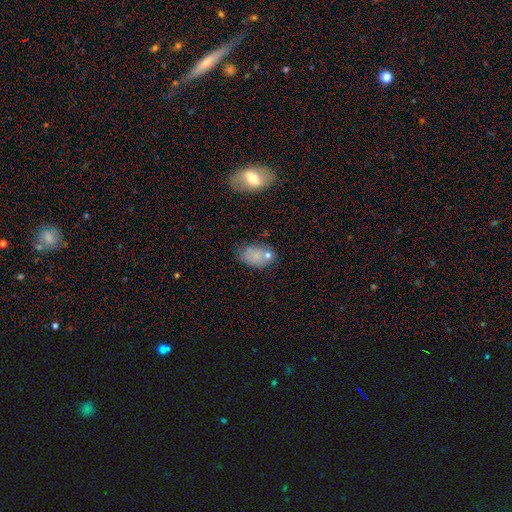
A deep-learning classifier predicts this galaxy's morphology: A smooth galaxy with no disk features (71%) that is in between round and cigar-shaped (86%).

Vote fractions:
- Smooth or featured? smooth: 71% / featured or disk: 16% / star or artifact: 13%
- How rounded? in between: 86% / round: 12% / cigar-shaped: 2%
- Merging? none: 58% / minor disturbance: 22% / merger: 12% / major disturbance: 8%